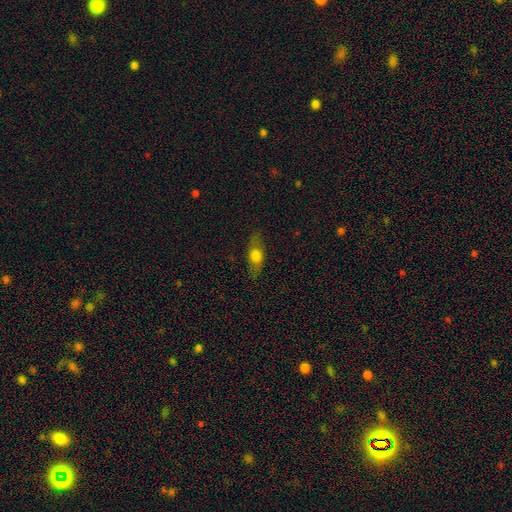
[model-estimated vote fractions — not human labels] smooth_or_featured: smooth (p=0.57) [alt: featured or disk p=0.34]
how_rounded: in between (p=0.59) [alt: cigar-shaped p=0.31]
merging: none (p=0.81) [alt: minor disturbance p=0.14]